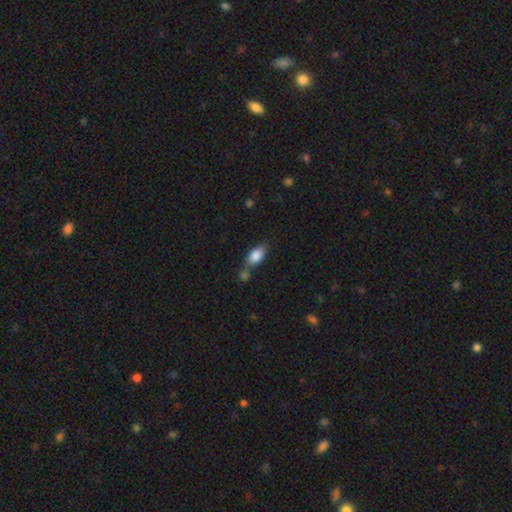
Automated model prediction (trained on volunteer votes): The model was most divided on "merging": none: 48%, merger: 32%, minor disturbance: 15%, major disturbance: 5%. More confident: how rounded — in between (88%); smooth or featured — smooth (84%).